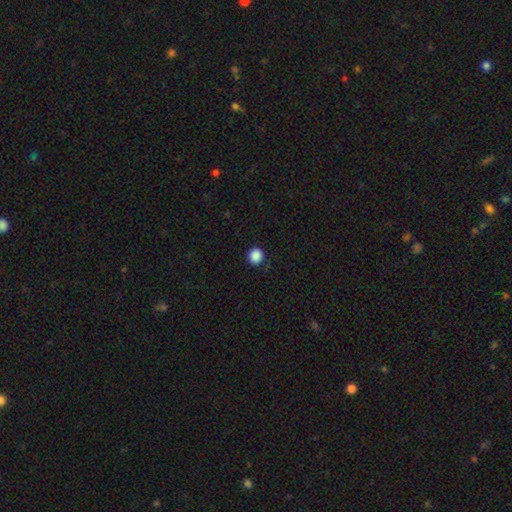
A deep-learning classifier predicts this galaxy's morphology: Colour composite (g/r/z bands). It shows a smooth galaxy with no disk features (87%) that is round (88%). Merging: none (88%).